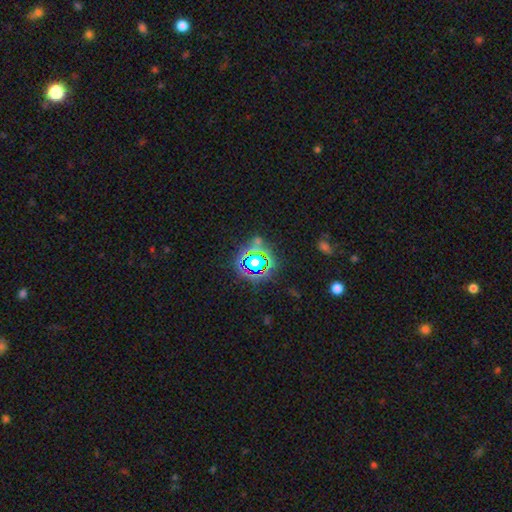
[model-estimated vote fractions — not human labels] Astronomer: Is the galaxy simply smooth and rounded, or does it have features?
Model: star or artifact — 77%.